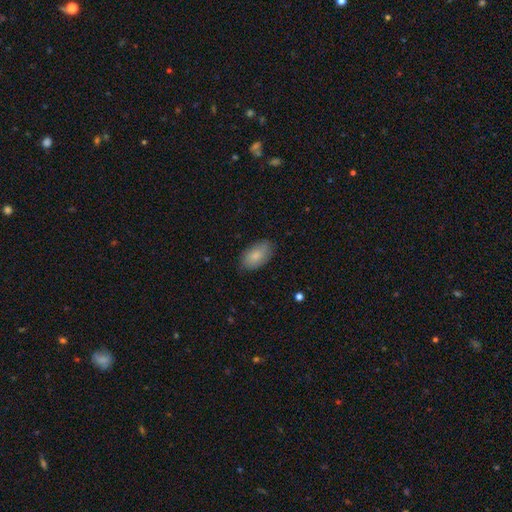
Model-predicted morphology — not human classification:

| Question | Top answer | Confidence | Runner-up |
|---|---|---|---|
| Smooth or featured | smooth | 84% | featured or disk (10%) |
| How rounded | in between | 94% | round (4%) |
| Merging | none | 82% | minor disturbance (14%) |